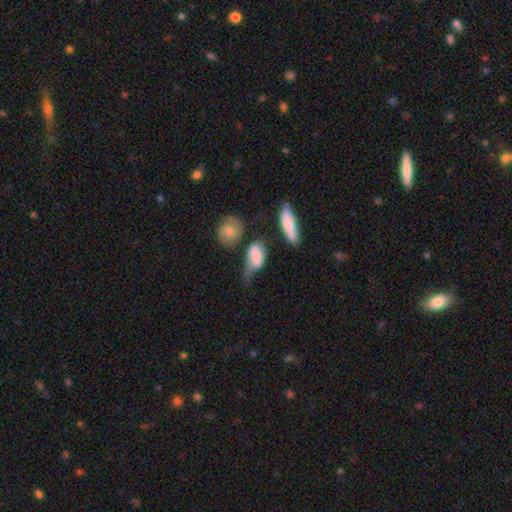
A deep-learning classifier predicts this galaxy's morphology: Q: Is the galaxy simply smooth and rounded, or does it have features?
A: smooth — 70%.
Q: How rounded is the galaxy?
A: in between — 84%.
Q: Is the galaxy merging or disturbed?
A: minor disturbance — 34%.